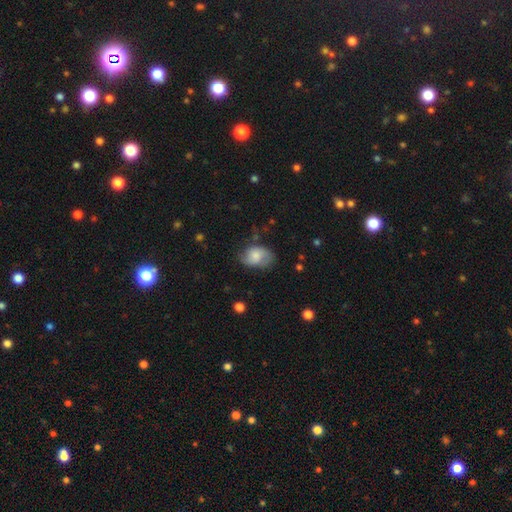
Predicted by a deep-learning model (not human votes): smooth-or-featured: smooth: 65% | featured or disk: 27% | star or artifact: 8%
  how-rounded: in between: 80% | round: 19% | cigar-shaped: 1%
  merging: none: 58% | minor disturbance: 29% | major disturbance: 11% | merger: 2%